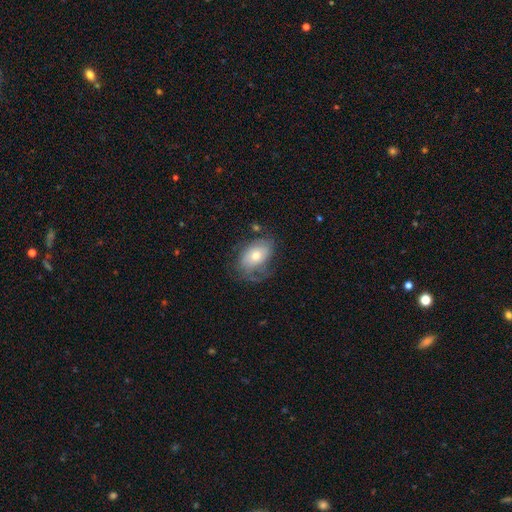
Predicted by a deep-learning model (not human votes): smooth 48%, featured or disk 44%, star or artifact 8%. Down the decision tree: merging — none (50%).